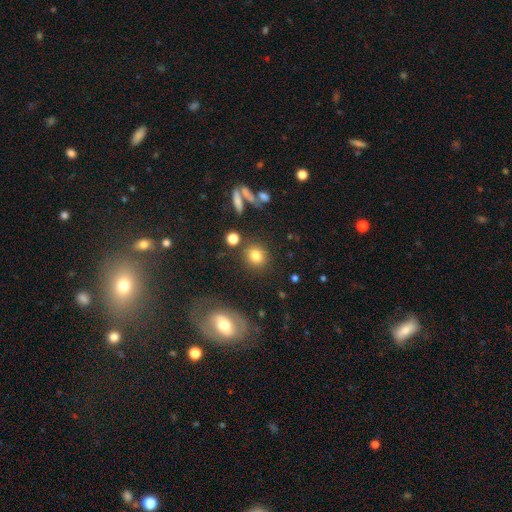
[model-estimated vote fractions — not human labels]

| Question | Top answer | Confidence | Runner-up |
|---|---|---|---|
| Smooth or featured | smooth | 79% | star or artifact (13%) |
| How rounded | round | 81% | in between (17%) |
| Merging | none | 81% | minor disturbance (9%) |